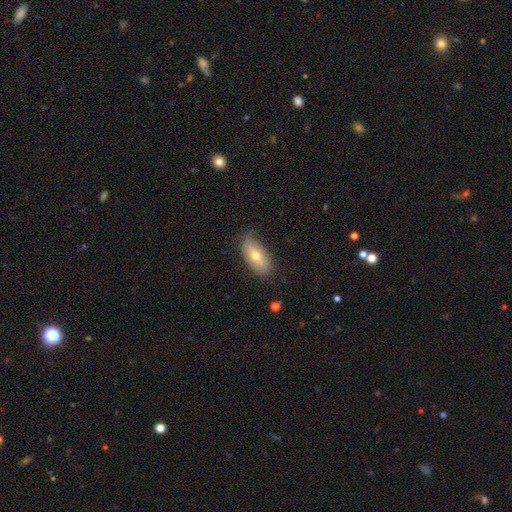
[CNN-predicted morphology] smooth-or-featured: smooth: 64% | featured or disk: 28% | star or artifact: 7%
  how-rounded: in between: 89% | cigar-shaped: 7% | round: 3%
  merging: none: 74% | minor disturbance: 21% | major disturbance: 4% | merger: 1%